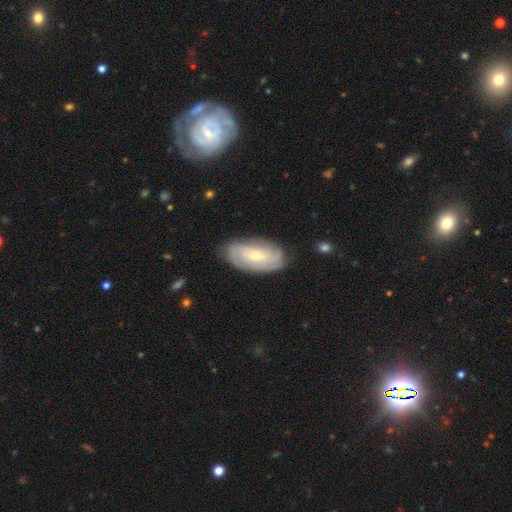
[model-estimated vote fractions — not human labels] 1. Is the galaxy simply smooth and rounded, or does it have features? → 69% featured or disk, 25% smooth, 6% star or artifact.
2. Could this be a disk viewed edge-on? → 92% no, 8% yes.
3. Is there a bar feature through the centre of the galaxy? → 59% no, 31% weak, 10% strong.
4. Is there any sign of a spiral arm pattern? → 85% yes, 15% no.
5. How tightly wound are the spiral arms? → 69% tight, 23% medium, 8% loose.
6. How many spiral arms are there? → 47% can't tell, 23% 2, 14% 3, 8% 4, 4% 1, 4% more than 4.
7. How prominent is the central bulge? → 54% small, 43% moderate, 2% large, 1% none, 1% dominant.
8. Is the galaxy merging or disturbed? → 80% none, 15% minor disturbance, 4% major disturbance, 1% merger.